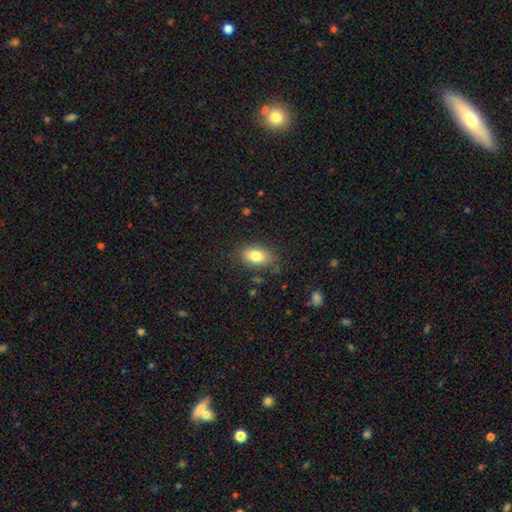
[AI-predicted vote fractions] Smooth or featured?
  - smooth: 81% *
  - featured or disk: 10%
  - star or artifact: 8%
How rounded?
  - in between: 88% *
  - round: 10%
  - cigar-shaped: 2%
Merging?
  - none: 79% *
  - minor disturbance: 16%
  - major disturbance: 4%
  - merger: 2%